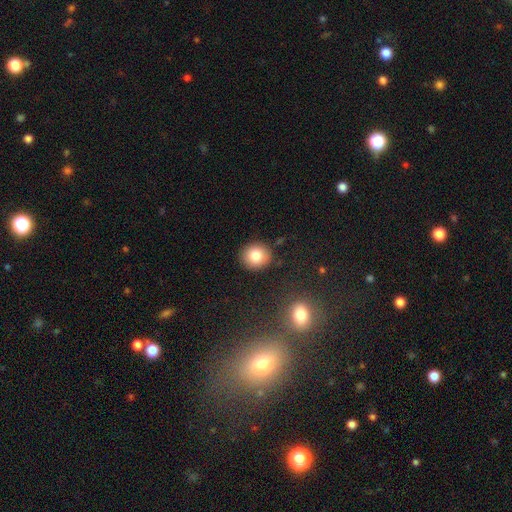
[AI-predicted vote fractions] A smooth galaxy with no disk features (80%) that is round (86%).

Vote fractions:
- Smooth or featured? smooth: 80% / star or artifact: 10% / featured or disk: 10%
- How rounded? round: 86% / in between: 13% / cigar-shaped: 1%
- Merging? none: 89% / minor disturbance: 7% / major disturbance: 2% / merger: 2%